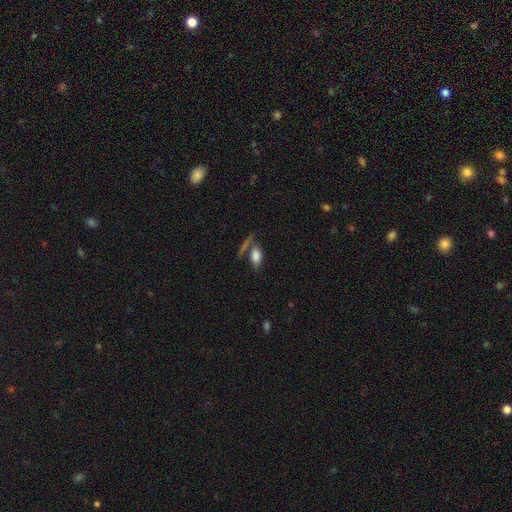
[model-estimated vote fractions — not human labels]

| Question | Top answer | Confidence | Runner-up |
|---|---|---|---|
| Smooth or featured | smooth | 81% | featured or disk (10%) |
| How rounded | in between | 86% | cigar-shaped (8%) |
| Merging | none | 58% | merger (22%) |